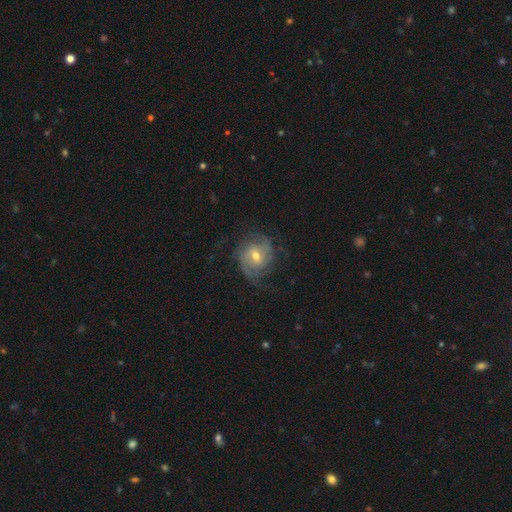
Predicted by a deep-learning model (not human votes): smooth-or-featured: featured or disk: 81% | smooth: 13% | star or artifact: 6%
  disk-edge-on: no: 97% | yes: 3%
    bar: weak: 49% | no: 38% | strong: 13%
    has-spiral-arms: yes: 93% | no: 7%
      spiral-winding: tight: 42% | medium: 40% | loose: 18%
      spiral-arm-count: 2: 44% | can't tell: 23% | 3: 19% | 4: 6% | 1: 5% | more than 4: 4%
    bulge-size: moderate: 61% | small: 34% | large: 3% | none: 1% | dominant: 1%
  merging: none: 67% | minor disturbance: 18% | major disturbance: 14% | merger: 1%